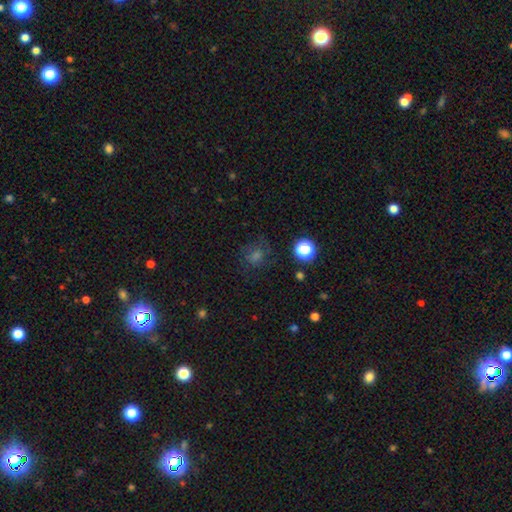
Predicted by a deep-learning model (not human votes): Smooth or featured?
  - smooth: 45% *
  - star or artifact: 37%
  - featured or disk: 18%
Merging?
  - none: 75% *
  - minor disturbance: 14%
  - major disturbance: 8%
  - merger: 2%